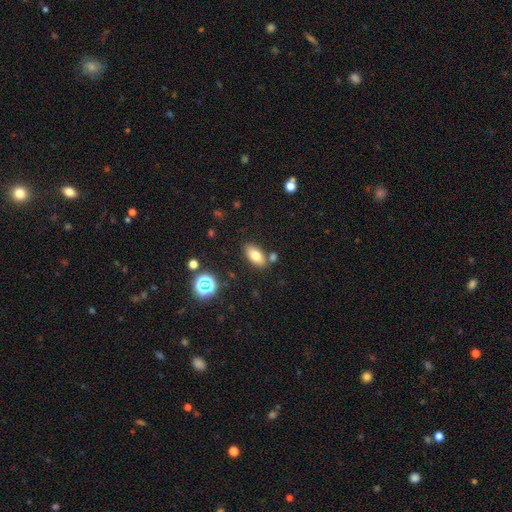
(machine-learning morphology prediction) This appears to be a smooth galaxy with no disk features (74%) that is in between round and cigar-shaped (88%). Merging: none (77%).